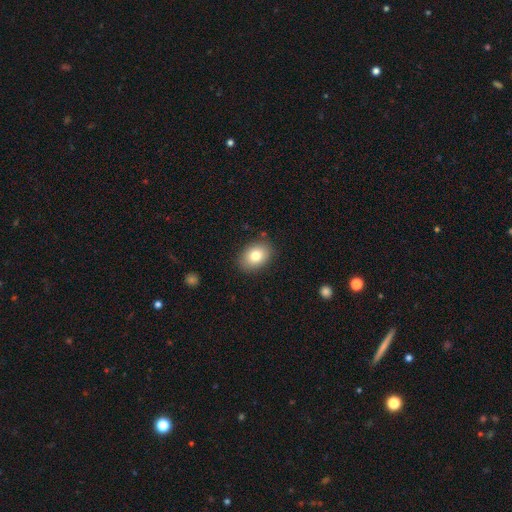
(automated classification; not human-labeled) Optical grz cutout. It shows a smooth galaxy with no disk features (81%) that is in between round and cigar-shaped (72%). Merging: none (87%).